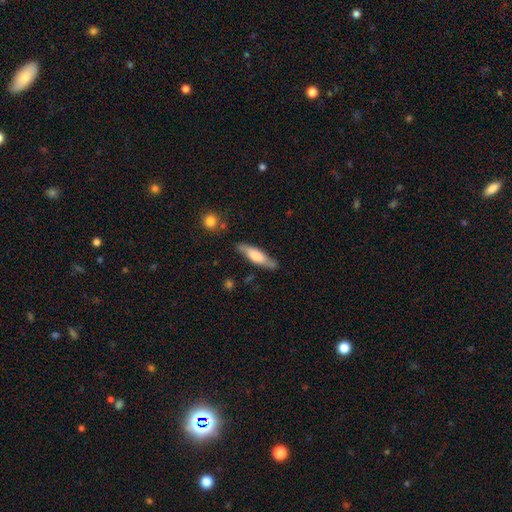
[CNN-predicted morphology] A smooth galaxy with no disk features (57%) that is cigar-shaped (68%). Merging: none (79%).